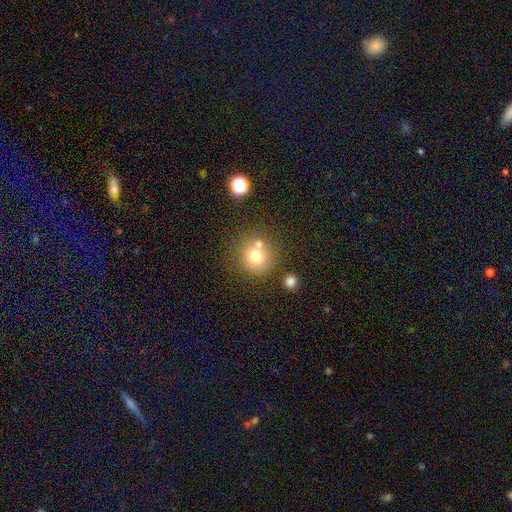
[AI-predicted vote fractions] Smooth or featured: smooth — 72% (star or artifact — 14%)
How rounded: round — 90% (in between — 9%)
Merging: none — 66% (merger — 19%)